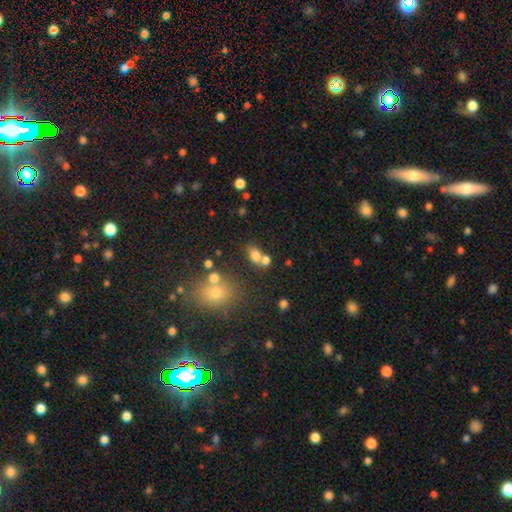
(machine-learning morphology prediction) A smooth galaxy with no disk features (75%) that is in between round and cigar-shaped (72%).

Vote fractions:
- Smooth or featured? smooth: 75% / star or artifact: 14% / featured or disk: 11%
- How rounded? in between: 72% / round: 26% / cigar-shaped: 2%
- Merging? none: 46% / merger: 37% / minor disturbance: 11% / major disturbance: 5%